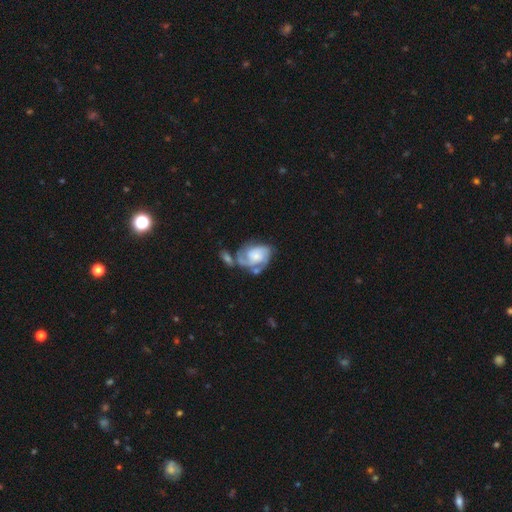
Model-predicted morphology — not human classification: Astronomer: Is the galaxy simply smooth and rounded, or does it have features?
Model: featured or disk — 72%.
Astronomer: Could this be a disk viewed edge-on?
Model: no — 98%.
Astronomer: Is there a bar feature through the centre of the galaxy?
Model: no — 70%.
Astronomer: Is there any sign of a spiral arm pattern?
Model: yes — 90%.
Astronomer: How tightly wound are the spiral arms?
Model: tight — 47% (runner-up: medium, 38%).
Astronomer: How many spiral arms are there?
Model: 2 — 49%.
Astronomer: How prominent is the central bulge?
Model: small — 43% (runner-up: moderate, 29%).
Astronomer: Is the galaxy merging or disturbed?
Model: none — 35% (runner-up: merger, 23%).